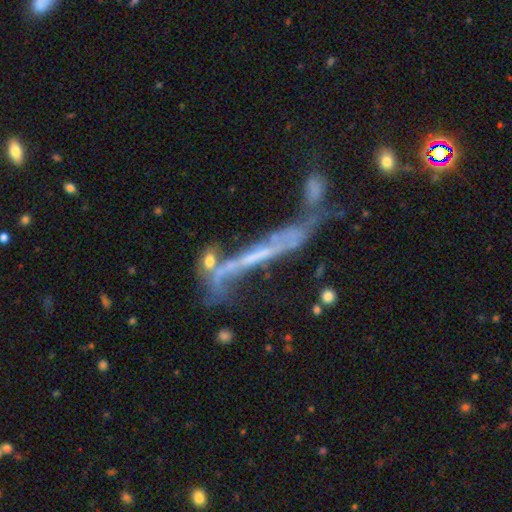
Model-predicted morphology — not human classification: This appears to be a featured or disk galaxy (66%) viewed edge-on (57%). Merging: merger (34%).